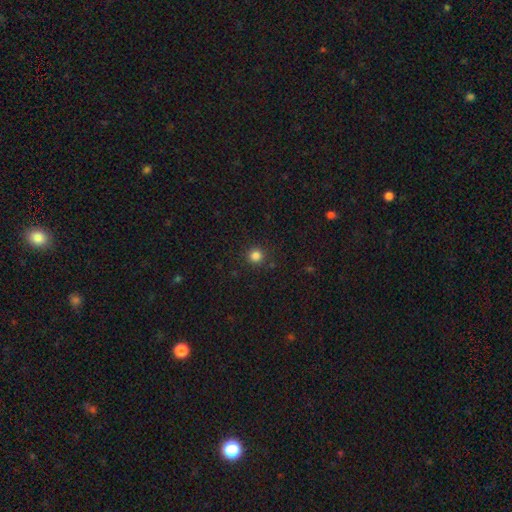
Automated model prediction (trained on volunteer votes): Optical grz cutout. It shows a smooth galaxy with no disk features (83%) that is round (94%). Merging: none (90%).